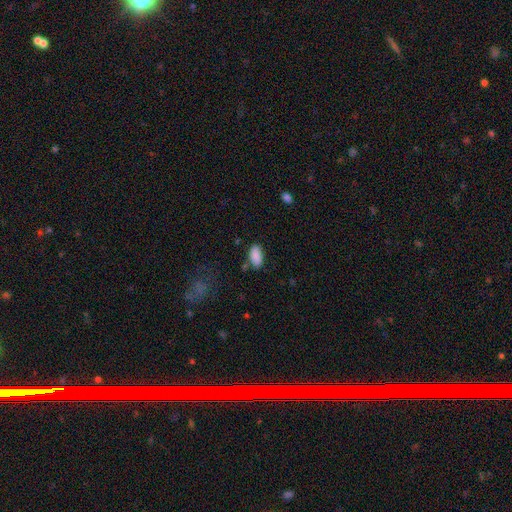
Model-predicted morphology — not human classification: smooth-or-featured: smooth: 89% | star or artifact: 7% | featured or disk: 5%
  how-rounded: in between: 93% | cigar-shaped: 4% | round: 3%
  merging: none: 76% | minor disturbance: 15% | merger: 4% | major disturbance: 4%